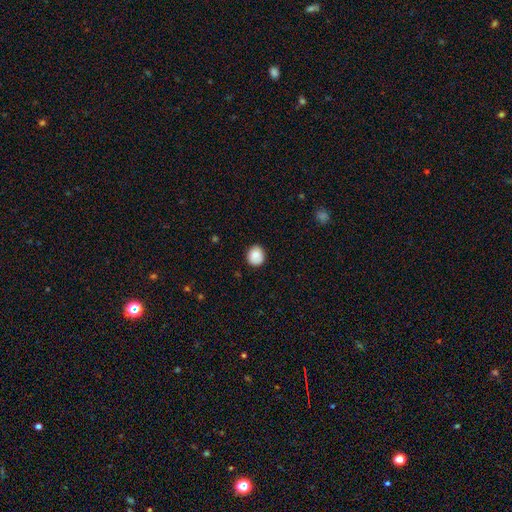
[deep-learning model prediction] Smooth or featured? smooth (84%)
How rounded? round (76%)
Merging? none (83%)